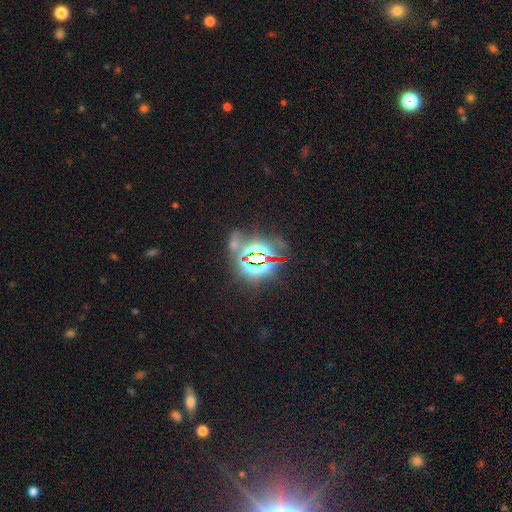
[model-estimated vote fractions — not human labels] star or artifact 77%, smooth 14%, featured or disk 9%.